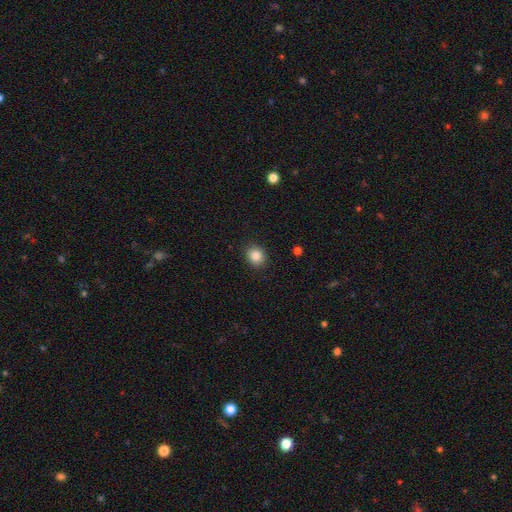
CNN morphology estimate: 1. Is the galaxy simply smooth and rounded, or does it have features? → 85% smooth, 10% star or artifact, 5% featured or disk.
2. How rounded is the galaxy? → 73% round, 26% in between, 1% cigar-shaped.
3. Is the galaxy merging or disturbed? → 90% none, 7% minor disturbance, 2% major disturbance, 1% merger.